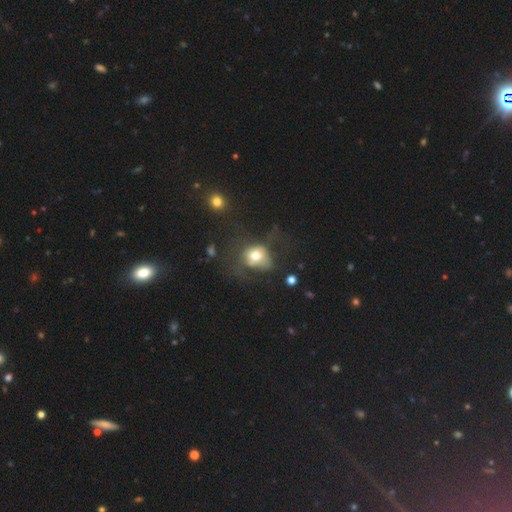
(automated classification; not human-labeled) smooth 61%, featured or disk 28%, star or artifact 12%. Down the decision tree: how rounded — round (58%); merging — major disturbance (46%).